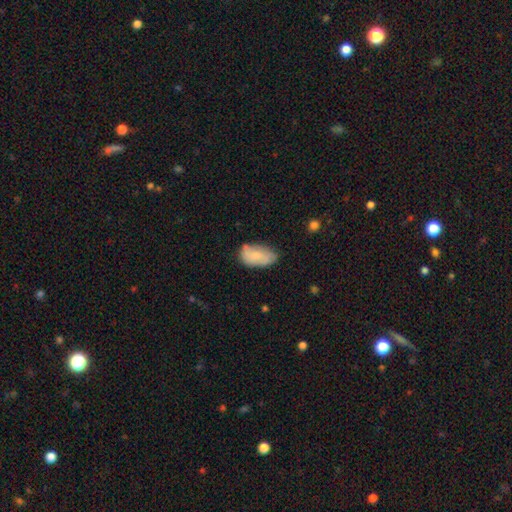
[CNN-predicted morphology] Smooth or featured? Predicted: smooth (p=0.71). How rounded? Predicted: in between (p=0.93). Merging? Predicted: none (p=0.56).